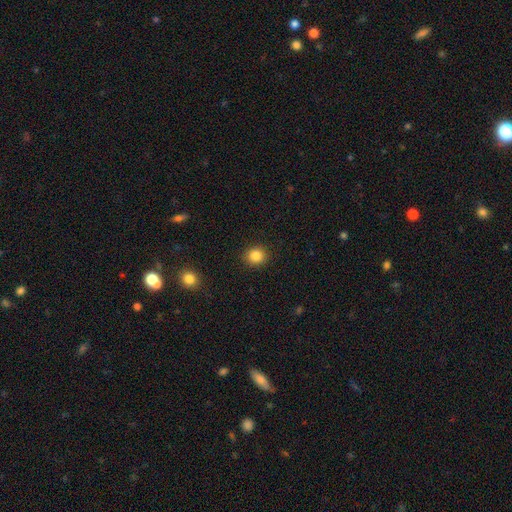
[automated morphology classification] Smooth or featured? Predicted: smooth (p=0.84). How rounded? Predicted: round (p=0.87). Merging? Predicted: none (p=0.91).